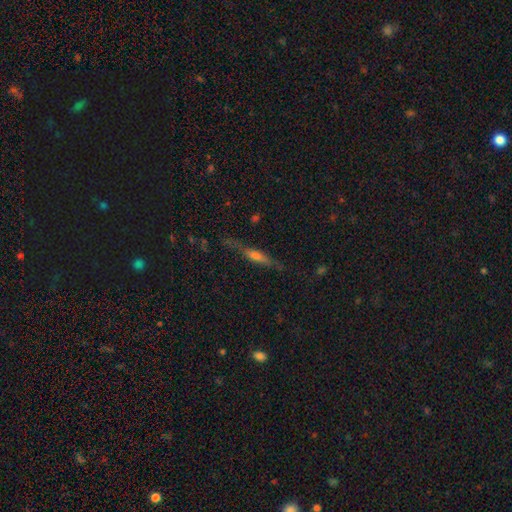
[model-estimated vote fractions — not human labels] Smooth or featured? featured or disk (56%)
Edge-on disk? yes (92%)
Edge-on bulge? rounded (57%)
Merging? none (74%)